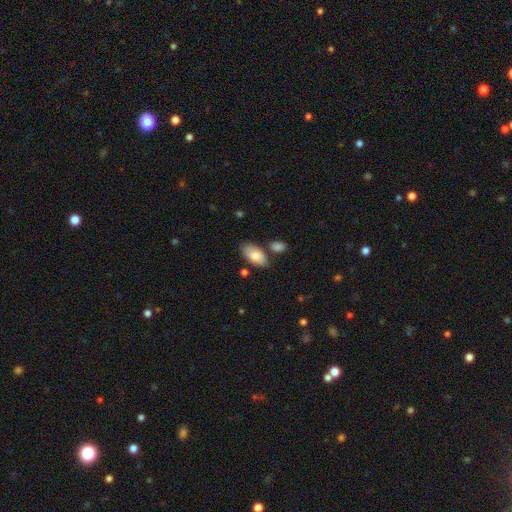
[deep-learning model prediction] smooth 79%, featured or disk 15%, star or artifact 6%. Down the decision tree: how rounded — in between (94%); merging — none (73%).